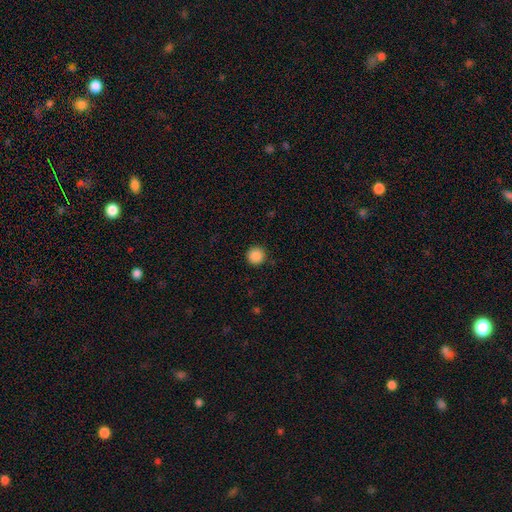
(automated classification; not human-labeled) smooth_or_featured: smooth (p=0.88) [alt: star or artifact p=0.10]
how_rounded: round (p=0.96) [alt: in between p=0.04]
merging: none (p=0.91) [alt: minor disturbance p=0.06]